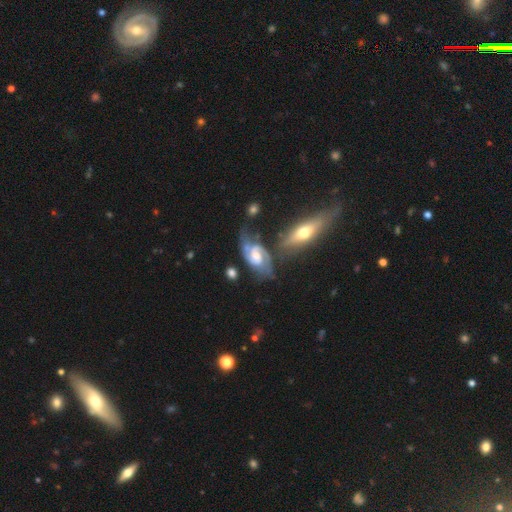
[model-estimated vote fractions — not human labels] Smooth or featured? featured or disk (84%)
Edge-on disk? no (95%)
Bar? weak (45%)
Spiral arms? yes (94%)
Spiral winding? medium (50%)
Spiral arm count? 2 (86%)
Bulge size? moderate (50%)
Merging? none (46%)